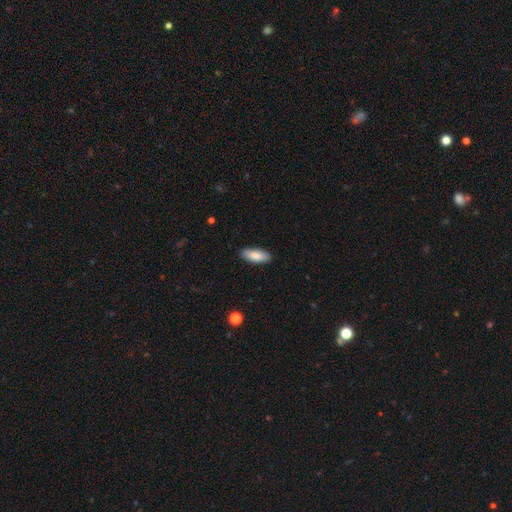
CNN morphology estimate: The model was most divided on "how rounded": in between: 79%, cigar-shaped: 20%, round: 2%. More confident: merging — none (89%); smooth or featured — smooth (87%).